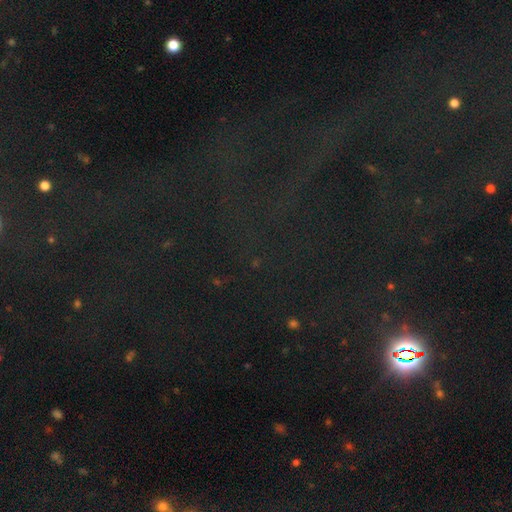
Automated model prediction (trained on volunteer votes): The model was most divided on "smooth or featured": star or artifact: 79%, smooth: 11%, featured or disk: 9%.